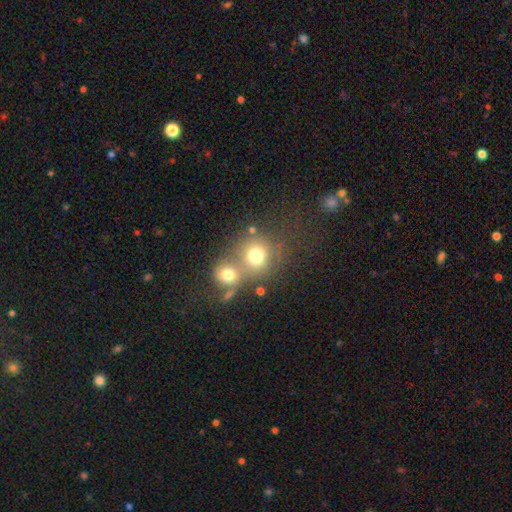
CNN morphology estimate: Smooth or featured: smooth — 72% (star or artifact — 14%)
How rounded: round — 85% (in between — 14%)
Merging: merger — 50% (none — 38%)